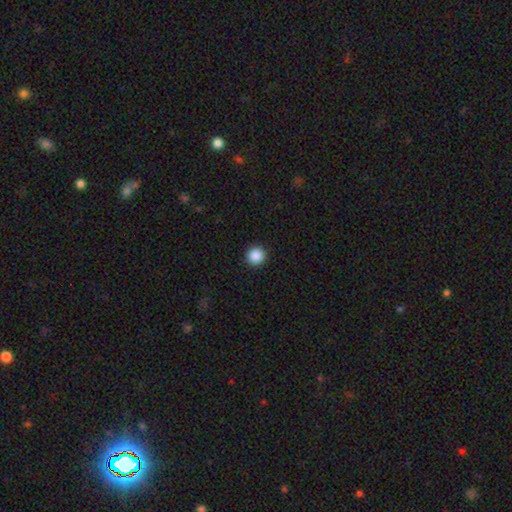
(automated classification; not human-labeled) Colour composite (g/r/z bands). It shows a smooth galaxy with no disk features (88%) that is round (96%). Merging: none (93%).